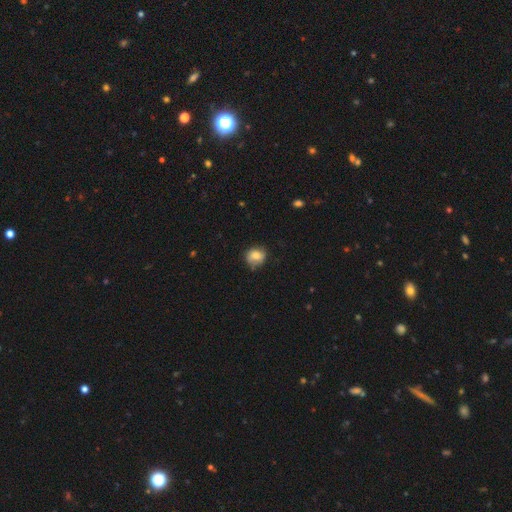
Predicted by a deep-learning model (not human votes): smooth_or_featured: smooth (p=0.78) [alt: featured or disk p=0.13]
how_rounded: round (p=0.69) [alt: in between p=0.30]
merging: none (p=0.60) [alt: minor disturbance p=0.30]